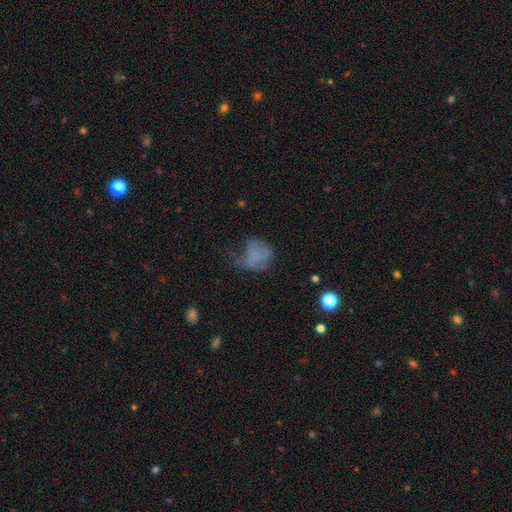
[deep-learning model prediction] Q: Smooth or featured?
A: smooth (59%); runner-up: featured or disk (26%)
Q: How rounded?
A: in between (51%); runner-up: round (48%)
Q: Merging?
A: major disturbance (41%); runner-up: none (28%)